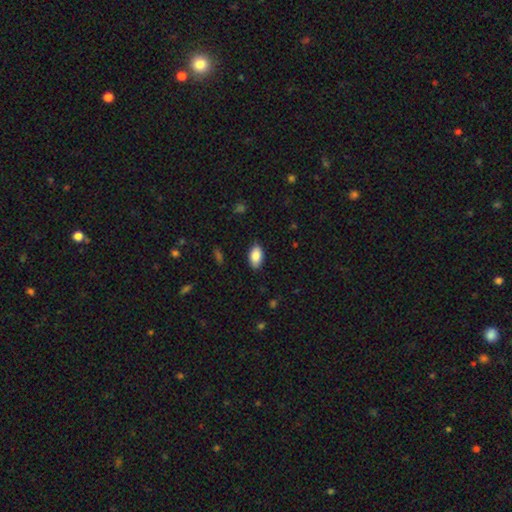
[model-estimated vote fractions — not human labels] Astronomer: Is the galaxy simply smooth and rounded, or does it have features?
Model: smooth — 86%.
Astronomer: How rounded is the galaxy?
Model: in between — 93%.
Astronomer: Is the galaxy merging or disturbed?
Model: none — 85%.